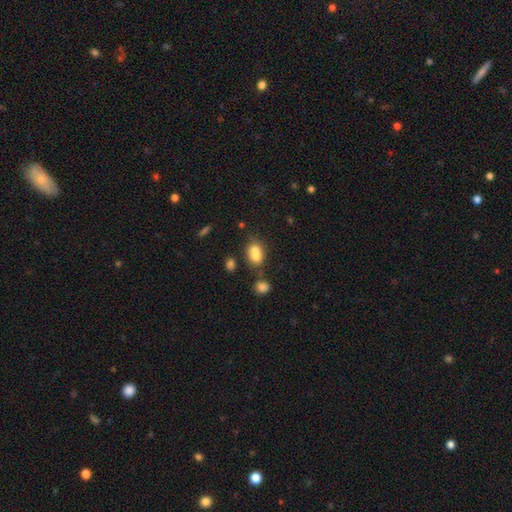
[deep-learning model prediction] Smooth or featured? smooth (74%)
How rounded? in between (63%)
Merging? merger (50%)